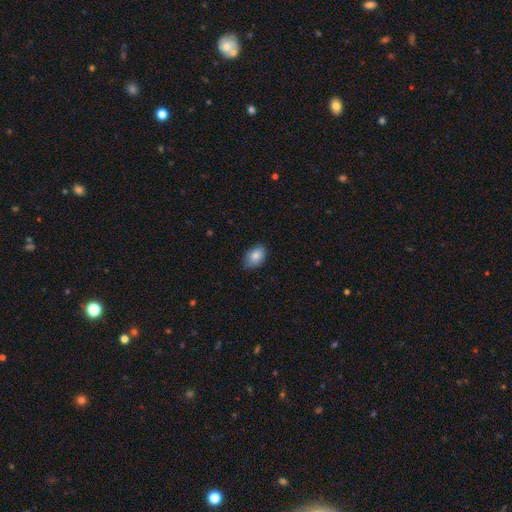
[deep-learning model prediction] A smooth galaxy with no disk features (85%) that is in between round and cigar-shaped (85%). Merging: none (80%).